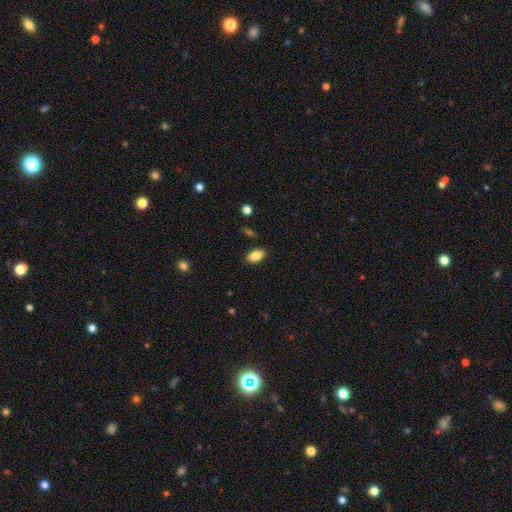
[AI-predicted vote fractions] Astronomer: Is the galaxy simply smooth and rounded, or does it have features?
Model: smooth — 86%.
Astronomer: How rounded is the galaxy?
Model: in between — 92%.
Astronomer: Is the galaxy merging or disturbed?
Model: none — 87%.